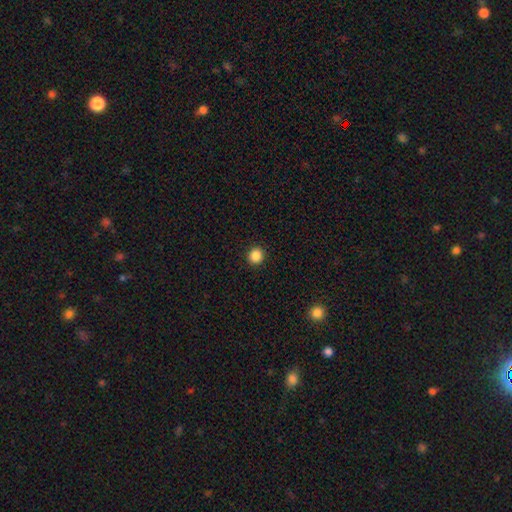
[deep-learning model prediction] Q: Smooth or featured?
A: smooth (87%); runner-up: star or artifact (10%)
Q: How rounded?
A: round (91%); runner-up: in between (8%)
Q: Merging?
A: none (92%); runner-up: minor disturbance (5%)